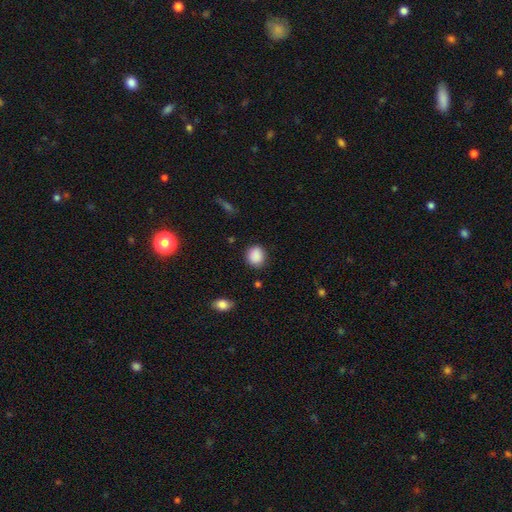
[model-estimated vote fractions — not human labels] Smooth or featured? Predicted: smooth (p=0.88). How rounded? Predicted: round (p=0.68). Merging? Predicted: none (p=0.83).